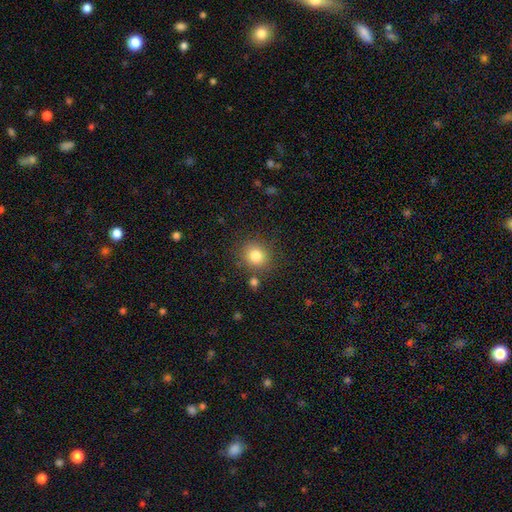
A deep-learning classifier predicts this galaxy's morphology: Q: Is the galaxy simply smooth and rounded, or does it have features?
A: smooth — 82%.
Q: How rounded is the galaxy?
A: round — 86%.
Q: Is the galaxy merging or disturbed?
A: none — 83%.